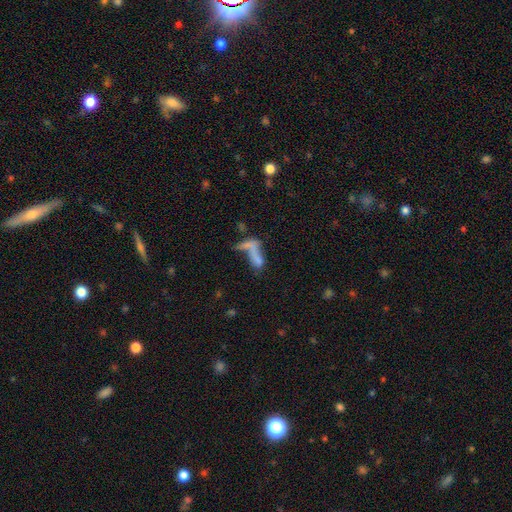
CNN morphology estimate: Smooth or featured?
  - smooth: 57% *
  - featured or disk: 28%
  - star or artifact: 14%
How rounded?
  - in between: 51% *
  - cigar-shaped: 42%
  - round: 6%
Merging?
  - merger: 46% *
  - major disturbance: 25%
  - none: 20%
  - minor disturbance: 10%